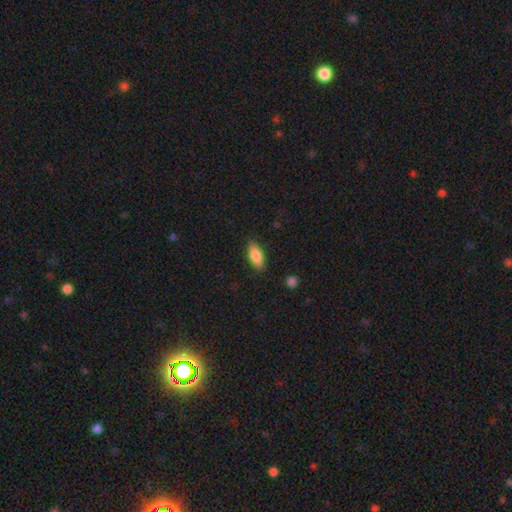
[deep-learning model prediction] This appears to be a smooth galaxy with no disk features (82%) that is in between round and cigar-shaped (83%). Merging: none (84%).